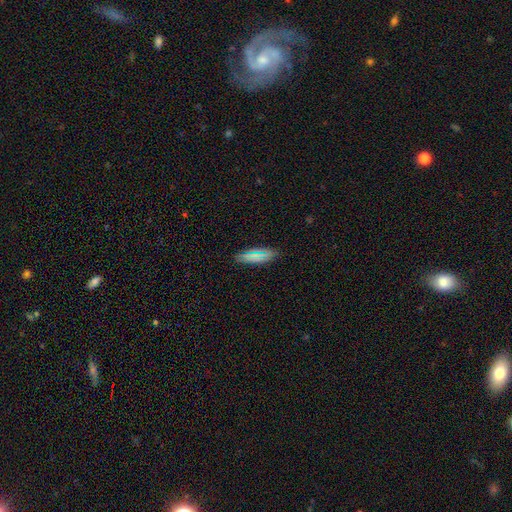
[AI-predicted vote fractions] A smooth galaxy with no disk features (72%) that is in between round and cigar-shaped (76%).

Vote fractions:
- Smooth or featured? smooth: 72% / star or artifact: 15% / featured or disk: 13%
- How rounded? in between: 76% / cigar-shaped: 19% / round: 5%
- Merging? none: 83% / minor disturbance: 12% / major disturbance: 3% / merger: 2%